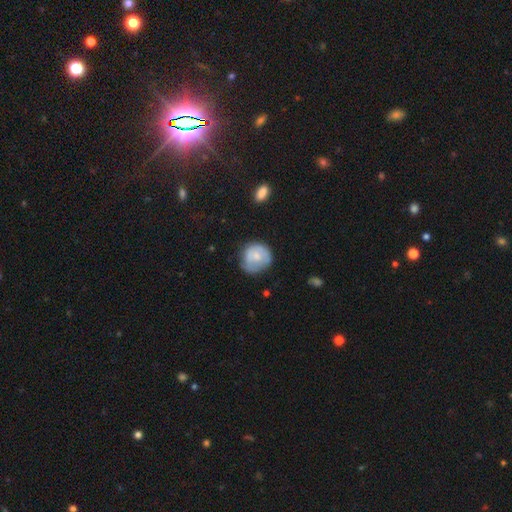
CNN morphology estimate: A smooth galaxy with no disk features (58%) that is round (82%).

Vote fractions:
- Smooth or featured? smooth: 58% / featured or disk: 36% / star or artifact: 6%
- How rounded? round: 82% / in between: 17% / cigar-shaped: 1%
- Merging? none: 56% / minor disturbance: 31% / major disturbance: 12% / merger: 2%